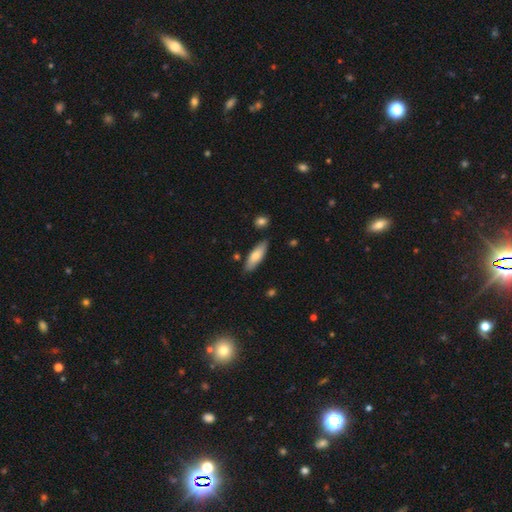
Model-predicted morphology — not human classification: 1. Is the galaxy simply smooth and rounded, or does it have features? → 73% smooth, 21% featured or disk, 6% star or artifact.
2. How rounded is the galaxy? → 54% in between, 44% cigar-shaped, 2% round.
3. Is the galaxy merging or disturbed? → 84% none, 12% minor disturbance, 3% merger, 2% major disturbance.